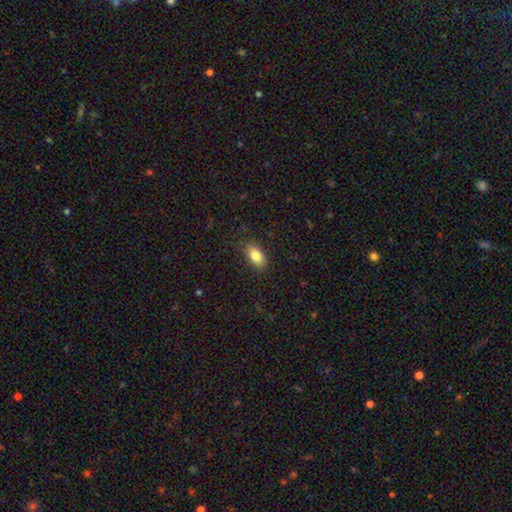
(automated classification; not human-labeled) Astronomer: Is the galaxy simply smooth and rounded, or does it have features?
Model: smooth — 83%.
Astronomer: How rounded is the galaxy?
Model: in between — 89%.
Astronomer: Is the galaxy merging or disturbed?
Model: none — 85%.